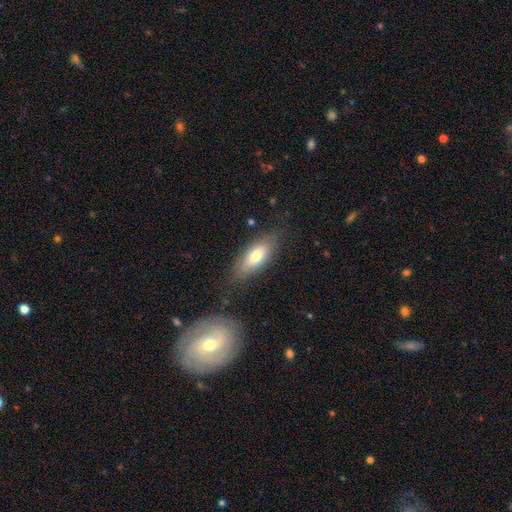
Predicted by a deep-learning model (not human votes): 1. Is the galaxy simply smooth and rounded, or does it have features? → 70% smooth, 23% featured or disk, 7% star or artifact.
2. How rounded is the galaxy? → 78% in between, 19% cigar-shaped, 3% round.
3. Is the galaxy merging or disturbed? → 77% none, 16% minor disturbance, 5% major disturbance, 2% merger.